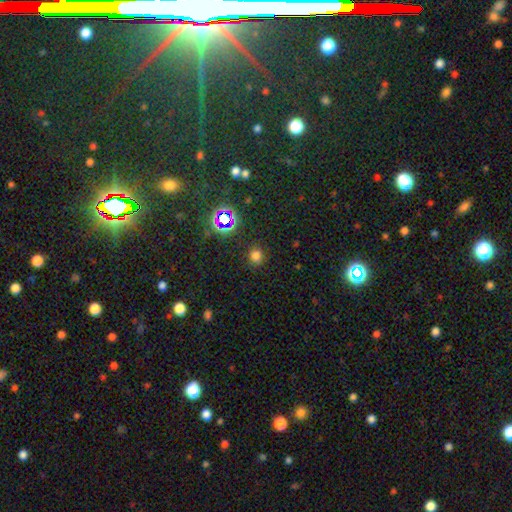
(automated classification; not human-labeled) Morphology: type=smooth (70%); roundness=round (85%); merging=none (86%).